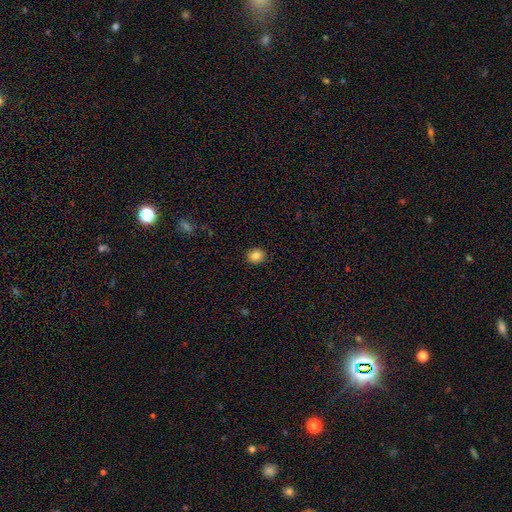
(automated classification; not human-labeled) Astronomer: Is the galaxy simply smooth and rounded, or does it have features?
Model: smooth — 85%.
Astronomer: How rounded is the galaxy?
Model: round — 73%.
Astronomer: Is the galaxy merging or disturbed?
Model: none — 90%.